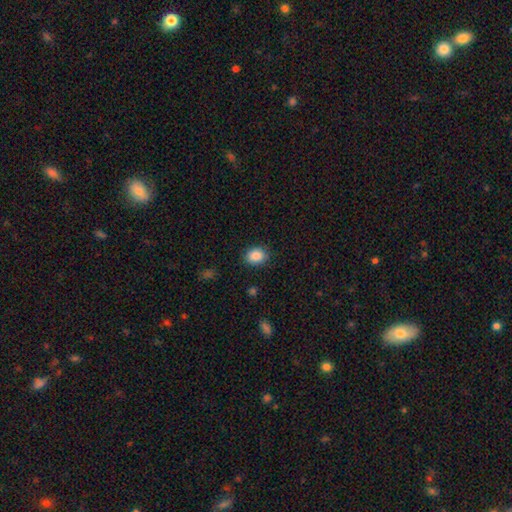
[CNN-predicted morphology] Smooth or featured? Predicted: smooth (p=0.87). How rounded? Predicted: in between (p=0.57). Merging? Predicted: none (p=0.86).